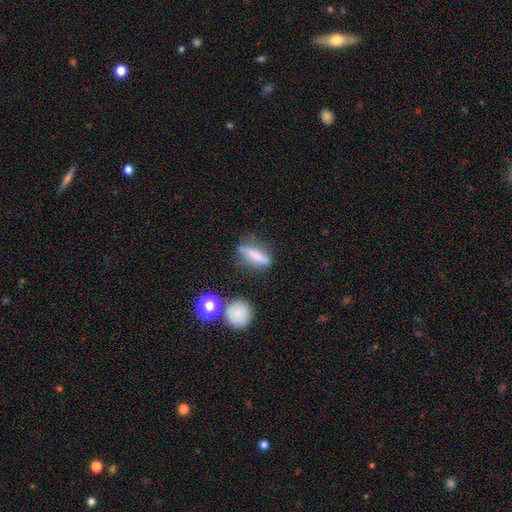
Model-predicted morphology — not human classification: Smooth or featured? smooth (61%)
How rounded? cigar-shaped (61%)
Merging? none (67%)